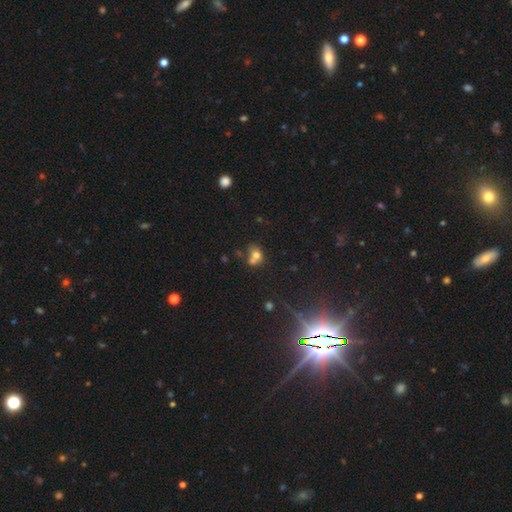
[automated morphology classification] Smooth or featured? Predicted: smooth (p=0.70). How rounded? Predicted: round (p=0.52). Merging? Predicted: merger (p=0.48).